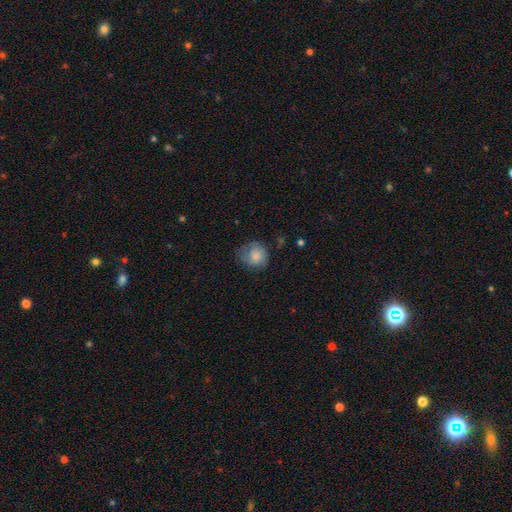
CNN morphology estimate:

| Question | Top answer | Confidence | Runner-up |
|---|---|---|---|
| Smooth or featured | smooth | 77% | featured or disk (15%) |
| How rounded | round | 77% | in between (22%) |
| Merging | none | 54% | minor disturbance (29%) |